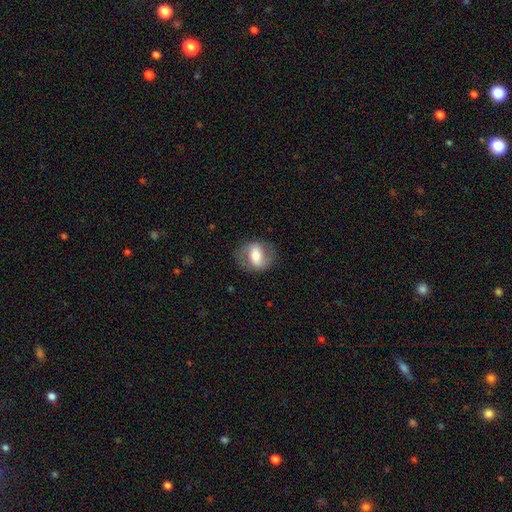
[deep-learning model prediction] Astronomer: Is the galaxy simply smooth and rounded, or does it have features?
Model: featured or disk — 47% (runner-up: smooth, 45%).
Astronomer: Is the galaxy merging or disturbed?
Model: none — 77%.